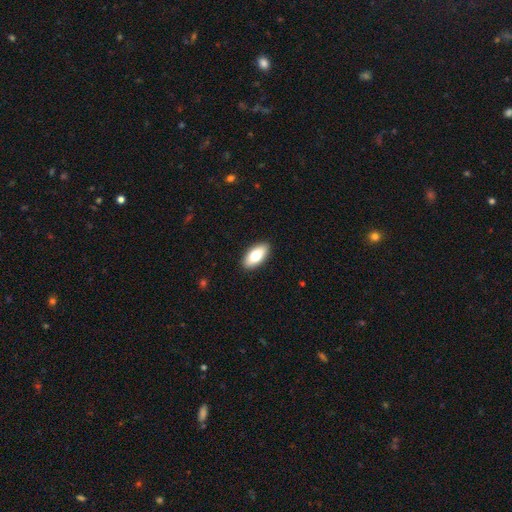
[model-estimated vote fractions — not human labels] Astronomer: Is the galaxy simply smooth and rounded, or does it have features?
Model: smooth — 78%.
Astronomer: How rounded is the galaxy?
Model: in between — 91%.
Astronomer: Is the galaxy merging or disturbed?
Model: none — 91%.